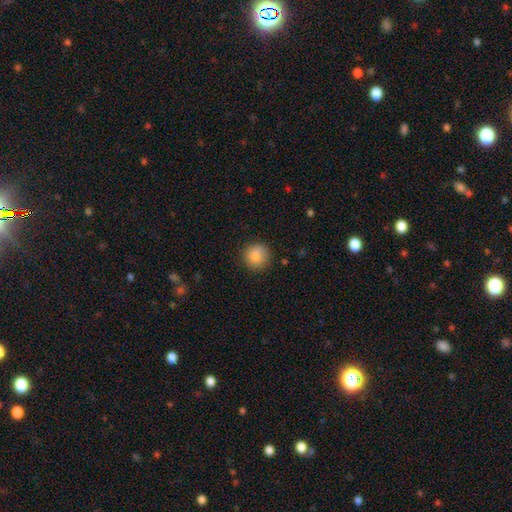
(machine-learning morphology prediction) smooth_or_featured: smooth (p=0.86) [alt: star or artifact p=0.09]
how_rounded: round (p=0.93) [alt: in between p=0.06]
merging: none (p=0.88) [alt: minor disturbance p=0.09]